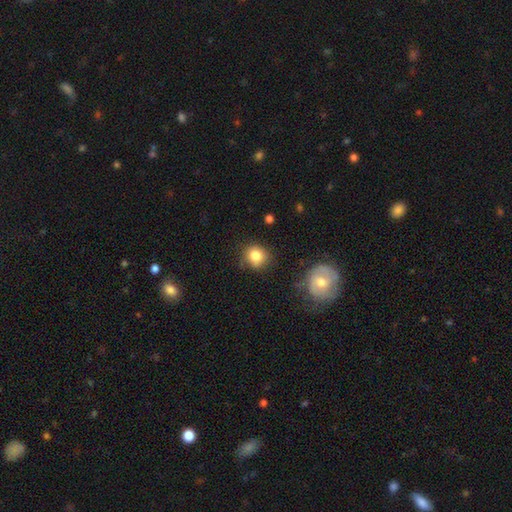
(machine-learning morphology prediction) Overall: smooth (83%). How rounded: round (83%). Merging: none (75%).